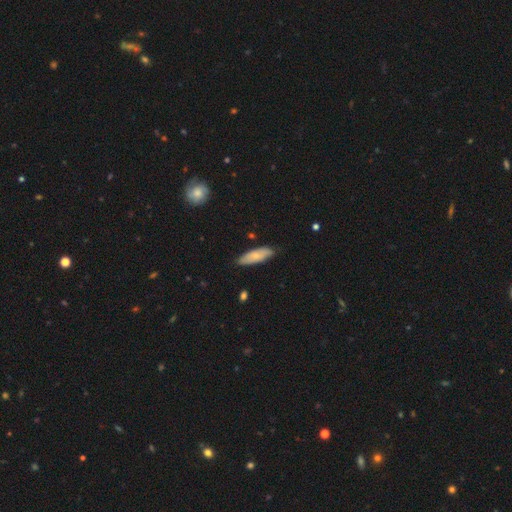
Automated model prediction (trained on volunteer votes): Morphology: type=smooth (69%); roundness=in between (63%); merging=none (79%).